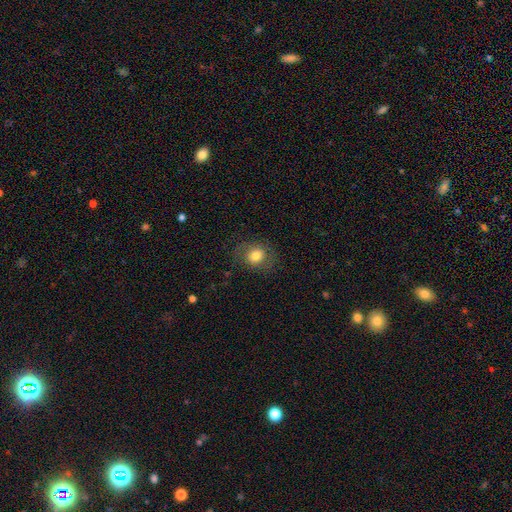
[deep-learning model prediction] The model was most divided on "how rounded": round: 68%, in between: 31%, cigar-shaped: 1%. More confident: merging — none (79%); smooth or featured — smooth (75%).